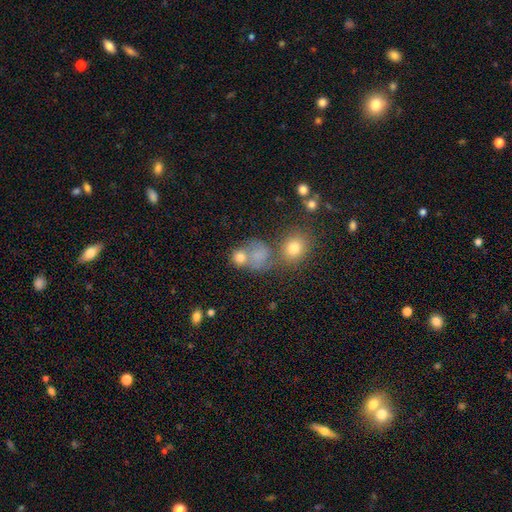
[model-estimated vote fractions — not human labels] Smooth or featured?
  - smooth: 65% *
  - star or artifact: 18%
  - featured or disk: 17%
How rounded?
  - round: 70% *
  - in between: 29%
  - cigar-shaped: 1%
Merging?
  - none: 43% *
  - merger: 33%
  - minor disturbance: 14%
  - major disturbance: 10%